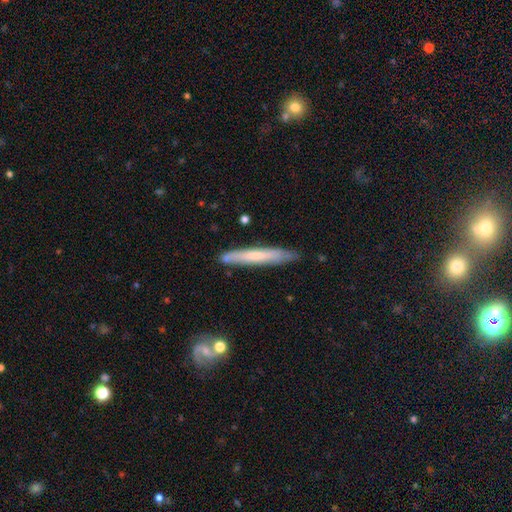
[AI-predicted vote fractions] smooth-or-featured: smooth: 53% | featured or disk: 42% | star or artifact: 6%
  how-rounded: cigar-shaped: 95% | in between: 4% | round: 1%
  merging: none: 82% | minor disturbance: 14% | merger: 2% | major disturbance: 2%